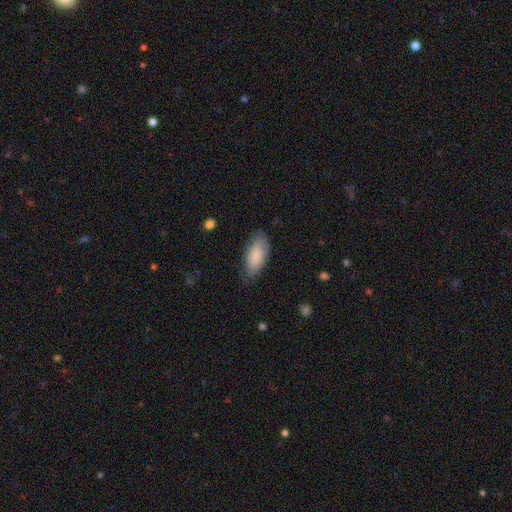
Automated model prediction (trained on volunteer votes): A smooth galaxy with no disk features (77%) that is in between round and cigar-shaped (90%).

Vote fractions:
- Smooth or featured? smooth: 77% / featured or disk: 17% / star or artifact: 6%
- How rounded? in between: 90% / cigar-shaped: 8% / round: 2%
- Merging? none: 69% / minor disturbance: 24% / major disturbance: 6% / merger: 1%